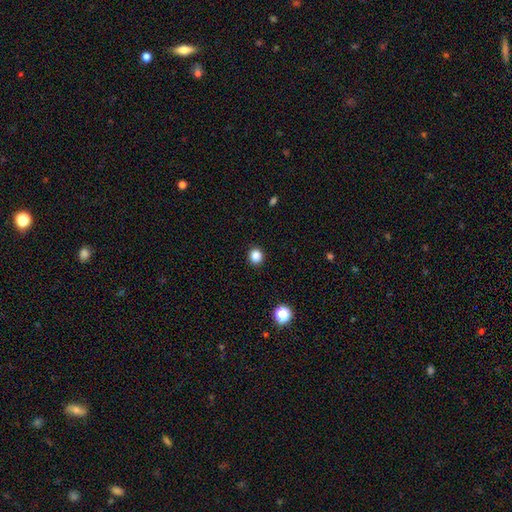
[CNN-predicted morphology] Smooth or featured? Predicted: smooth (p=0.85). How rounded? Predicted: round (p=0.85). Merging? Predicted: none (p=0.92).